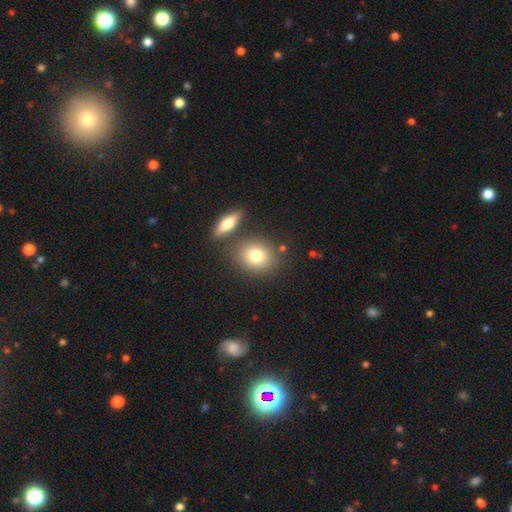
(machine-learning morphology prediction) A smooth galaxy with no disk features (78%) that is round (56%). Merging: none (72%).